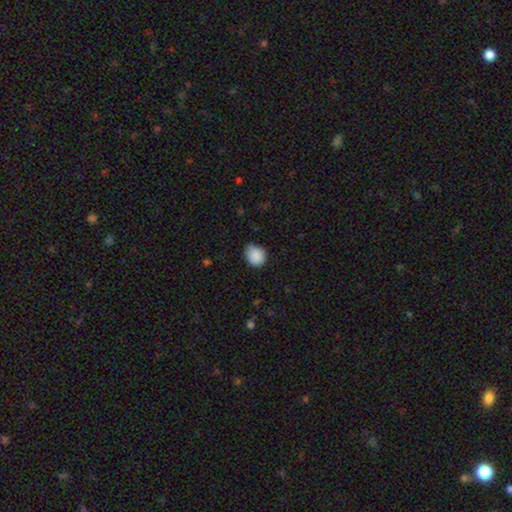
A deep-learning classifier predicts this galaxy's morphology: The model was most divided on "how rounded": round: 60%, in between: 39%, cigar-shaped: 1%. More confident: smooth or featured — smooth (88%); merging — none (71%).